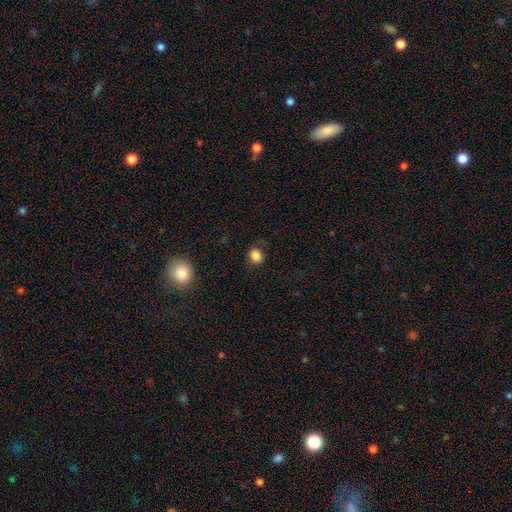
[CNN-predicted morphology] type=smooth (84%); roundness=round (77%); merging=none (83%).